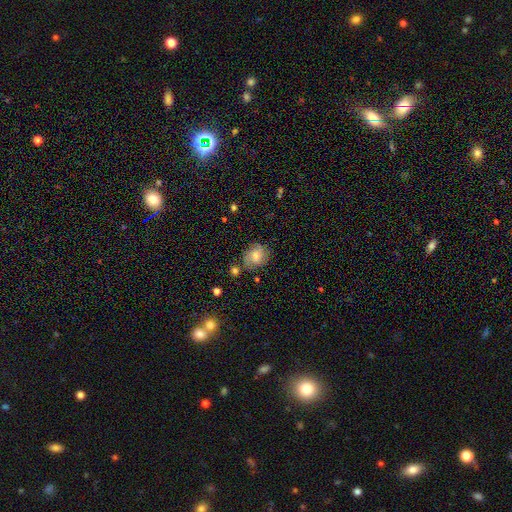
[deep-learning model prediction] smooth_or_featured: featured or disk (p=0.45) [alt: smooth p=0.43]
merging: none (p=0.73) [alt: minor disturbance p=0.17]